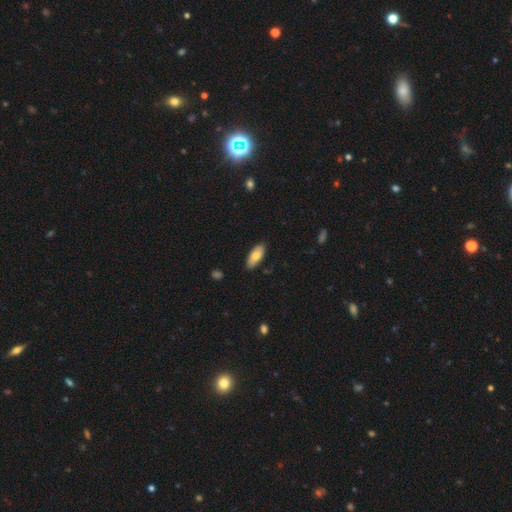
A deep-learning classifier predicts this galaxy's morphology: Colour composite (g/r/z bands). It shows a smooth galaxy with no disk features (77%) that is in between round and cigar-shaped (83%). Merging: none (87%).